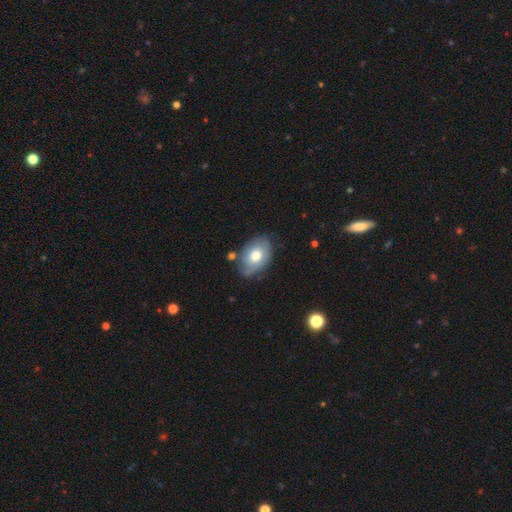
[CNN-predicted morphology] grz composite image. It shows a smooth galaxy with no disk features (63%) that is in between round and cigar-shaped (82%). Merging: none (62%).